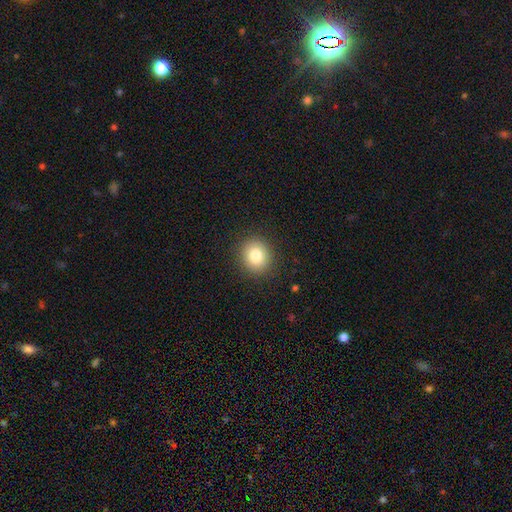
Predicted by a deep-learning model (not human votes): A smooth galaxy with no disk features (81%) that is round (83%). Merging: none (90%).